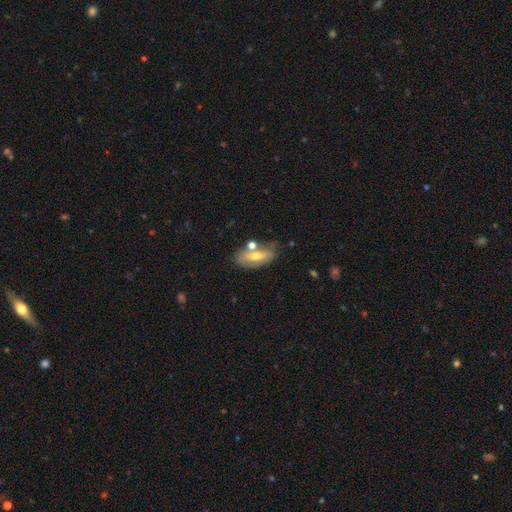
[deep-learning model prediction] smooth 52%, featured or disk 40%, star or artifact 8%. Down the decision tree: how rounded — in between (77%); merging — none (62%).